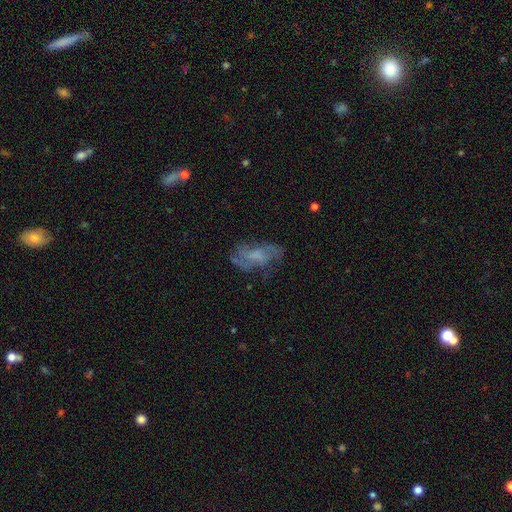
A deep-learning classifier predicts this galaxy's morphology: Q: Smooth or featured?
A: featured or disk (60%); runner-up: smooth (29%)
Q: Edge-on disk?
A: no (94%); runner-up: yes (6%)
Q: Bar?
A: no (62%); runner-up: weak (31%)
Q: Spiral arms?
A: yes (71%); runner-up: no (29%)
Q: Bulge size?
A: none (39%); runner-up: moderate (27%)
Q: Merging?
A: none (56%); runner-up: minor disturbance (22%)